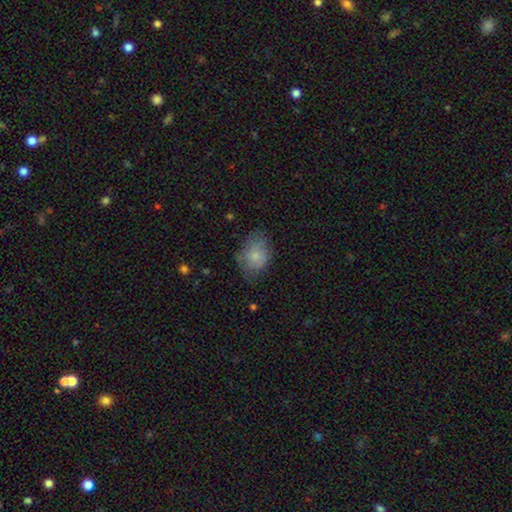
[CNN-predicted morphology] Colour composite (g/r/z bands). It shows a smooth galaxy with no disk features (75%) that is in between round and cigar-shaped (69%). Merging: none (61%).